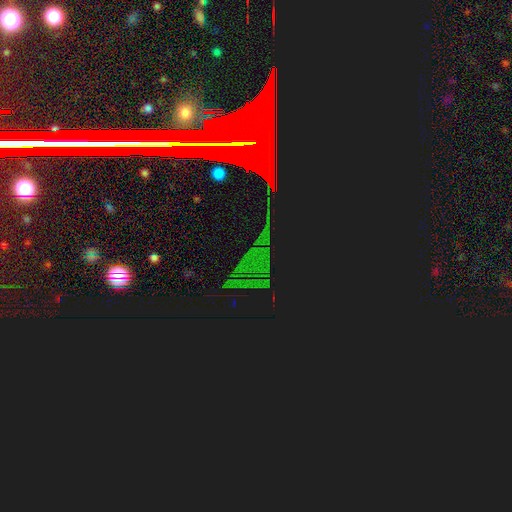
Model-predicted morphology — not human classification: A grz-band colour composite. It shows a star or artifact, not a galaxy (81%).